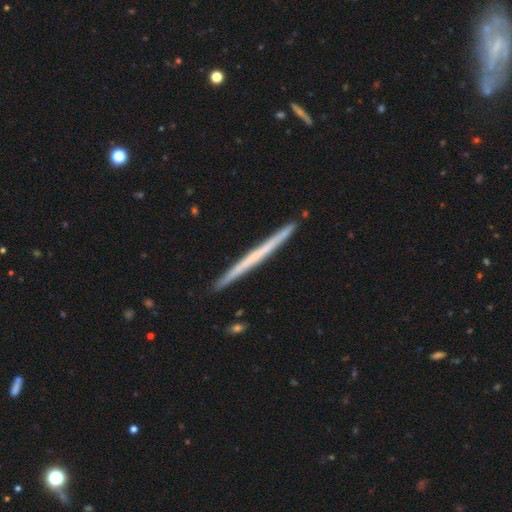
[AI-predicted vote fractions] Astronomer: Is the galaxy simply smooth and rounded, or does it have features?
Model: featured or disk — 53% (runner-up: smooth, 42%).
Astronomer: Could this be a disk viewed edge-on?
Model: yes — 98%.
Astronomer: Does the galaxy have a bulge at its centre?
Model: none — 91%.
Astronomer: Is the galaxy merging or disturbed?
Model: none — 92%.